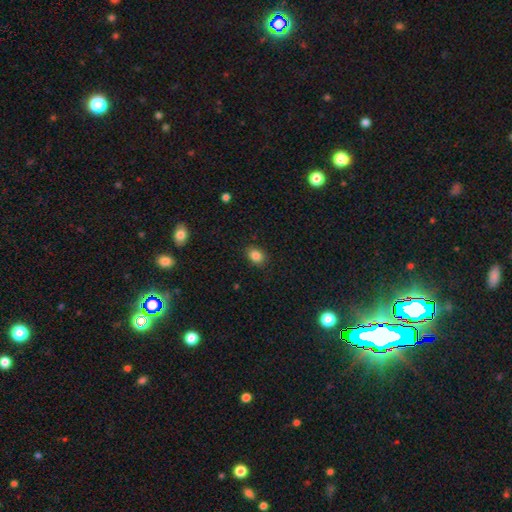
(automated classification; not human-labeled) smooth_or_featured: smooth (p=0.85) [alt: star or artifact p=0.10]
how_rounded: in between (p=0.66) [alt: round p=0.33]
merging: none (p=0.87) [alt: minor disturbance p=0.09]